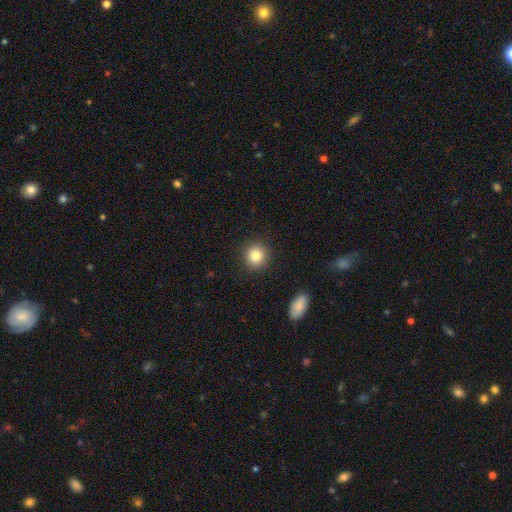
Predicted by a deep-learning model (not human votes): Q: Smooth or featured?
A: smooth (83%); runner-up: star or artifact (10%)
Q: How rounded?
A: round (92%); runner-up: in between (7%)
Q: Merging?
A: none (90%); runner-up: minor disturbance (6%)